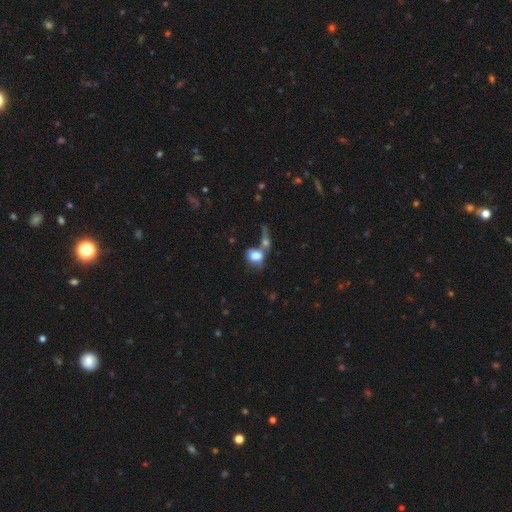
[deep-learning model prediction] A smooth galaxy with no disk features (71%) that is in between round and cigar-shaped (65%).

Vote fractions:
- Smooth or featured? smooth: 71% / featured or disk: 19% / star or artifact: 10%
- How rounded? in between: 65% / round: 32% / cigar-shaped: 3%
- Merging? merger: 54% / none: 24% / major disturbance: 12% / minor disturbance: 11%